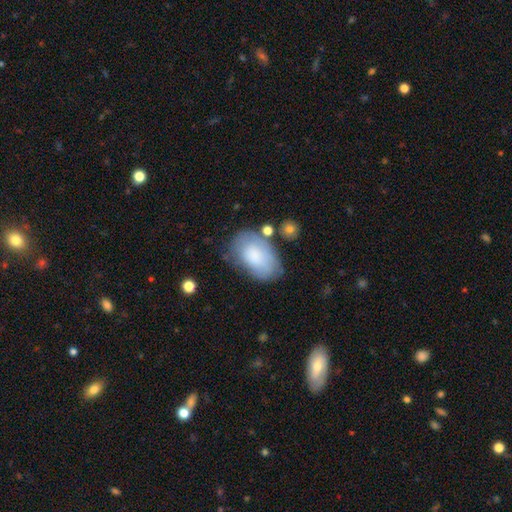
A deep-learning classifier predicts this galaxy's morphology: This is likely a smooth galaxy (75%). How rounded: clearly in between (91%). Merging: possibly none (56%).